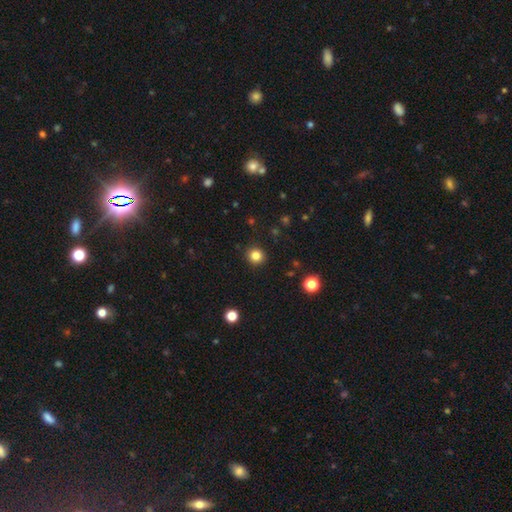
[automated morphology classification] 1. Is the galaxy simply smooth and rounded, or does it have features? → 83% smooth, 12% star or artifact, 5% featured or disk.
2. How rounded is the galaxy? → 93% round, 6% in between, 1% cigar-shaped.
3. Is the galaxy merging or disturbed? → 92% none, 5% minor disturbance, 2% major disturbance, 1% merger.